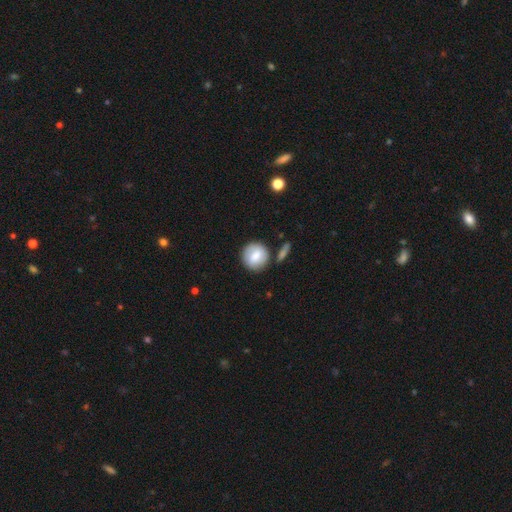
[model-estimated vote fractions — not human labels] Smooth or featured?
  - smooth: 76% *
  - featured or disk: 17%
  - star or artifact: 7%
How rounded?
  - round: 89% *
  - in between: 10%
  - cigar-shaped: 1%
Merging?
  - none: 76% *
  - minor disturbance: 13%
  - merger: 8%
  - major disturbance: 4%